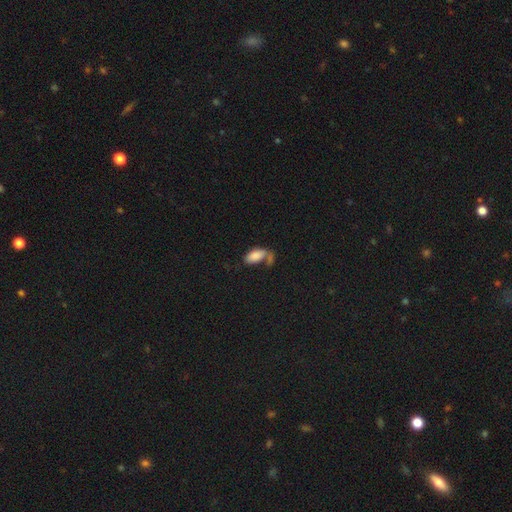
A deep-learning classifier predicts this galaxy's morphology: Overall: smooth (82%). How rounded: in between (91%). Merging: none (39%; merger 32%).